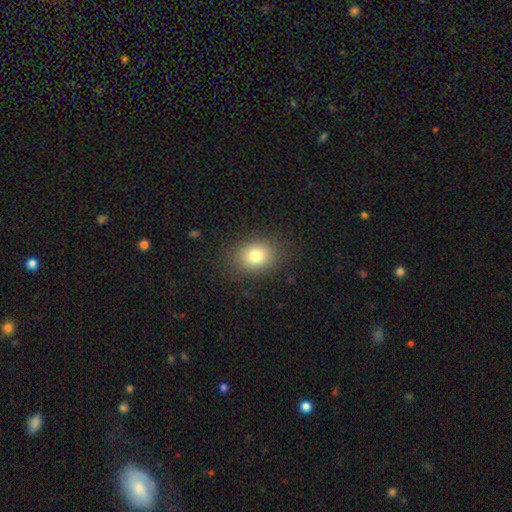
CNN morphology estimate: Smooth or featured? Predicted: smooth (p=0.79). How rounded? Predicted: in between (p=0.53). Merging? Predicted: none (p=0.85).